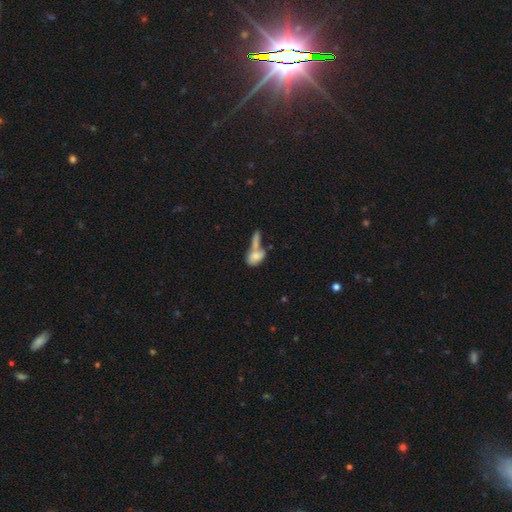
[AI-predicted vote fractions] Morphology: type=smooth (71%); roundness=in between (80%); merging=merger (59%).